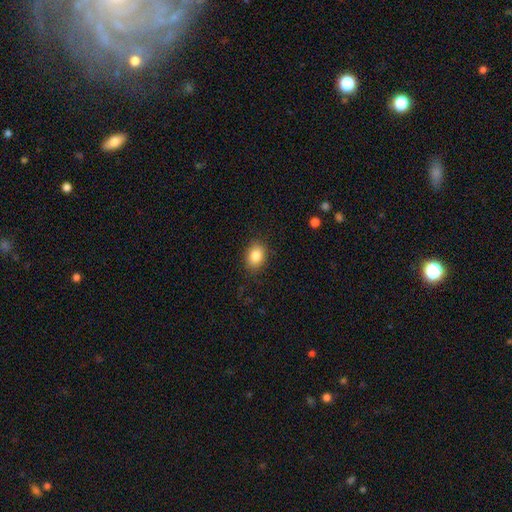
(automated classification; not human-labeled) Morphology: type=smooth (85%); roundness=in between (66%); merging=none (87%).